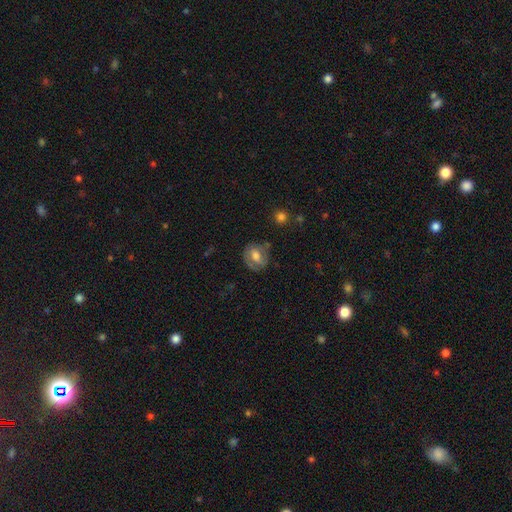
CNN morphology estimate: smooth 52%, featured or disk 40%, star or artifact 8%. Down the decision tree: how rounded — round (57%); merging — none (67%).